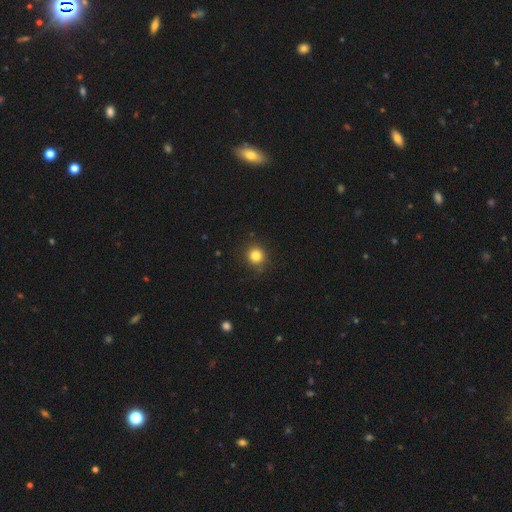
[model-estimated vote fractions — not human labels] This appears to be a smooth galaxy with no disk features (83%) that is round (91%). Merging: none (89%).